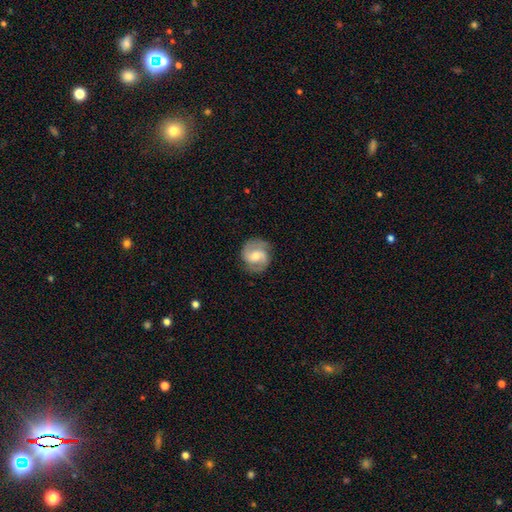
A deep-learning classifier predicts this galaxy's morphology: Smooth or featured?
  - featured or disk: 80% *
  - smooth: 14%
  - star or artifact: 6%
Edge-on disk?
  - no: 98% *
  - yes: 2%
Bar?
  - weak: 46% *
  - no: 38%
  - strong: 15%
Spiral arms?
  - yes: 95% *
  - no: 5%
Spiral winding?
  - medium: 52% *
  - tight: 31%
  - loose: 17%
Spiral arm count?
  - 2: 90% *
  - can't tell: 4%
  - 3: 2%
  - 1: 2%
  - 4: 1%
  - more than 4: 1%
Bulge size?
  - moderate: 54% *
  - small: 39%
  - large: 3%
  - none: 2%
  - dominant: 1%
Merging?
  - none: 83% *
  - minor disturbance: 12%
  - major disturbance: 4%
  - merger: 1%